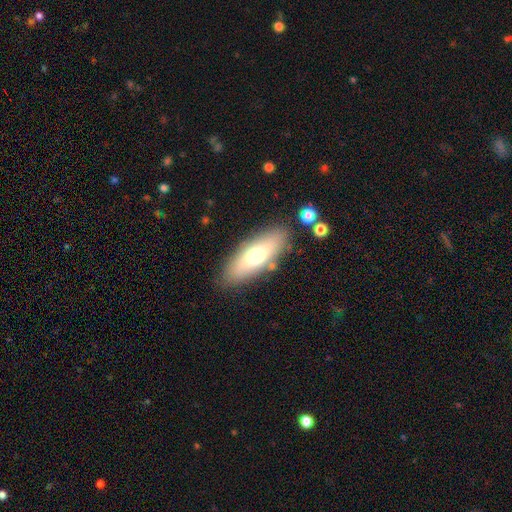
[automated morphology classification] smooth_or_featured: smooth (p=0.65) [alt: featured or disk p=0.28]
how_rounded: in between (p=0.69) [alt: cigar-shaped p=0.28]
merging: none (p=0.82) [alt: minor disturbance p=0.11]